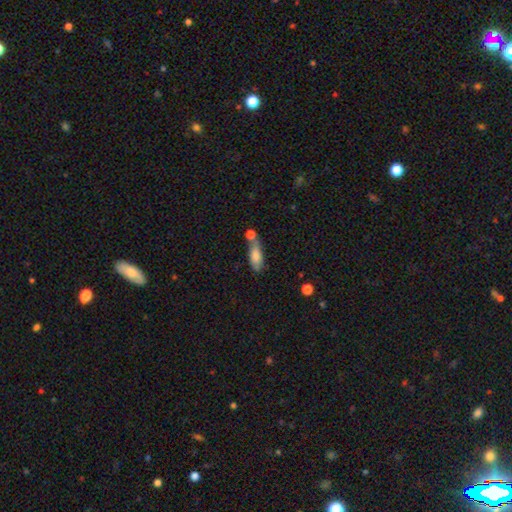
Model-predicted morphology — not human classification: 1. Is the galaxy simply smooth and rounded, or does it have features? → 77% smooth, 15% featured or disk, 8% star or artifact.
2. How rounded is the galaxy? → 72% in between, 25% cigar-shaped, 4% round.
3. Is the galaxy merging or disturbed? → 36% merger (tied), 36% none (tied), 19% minor disturbance, 9% major disturbance.